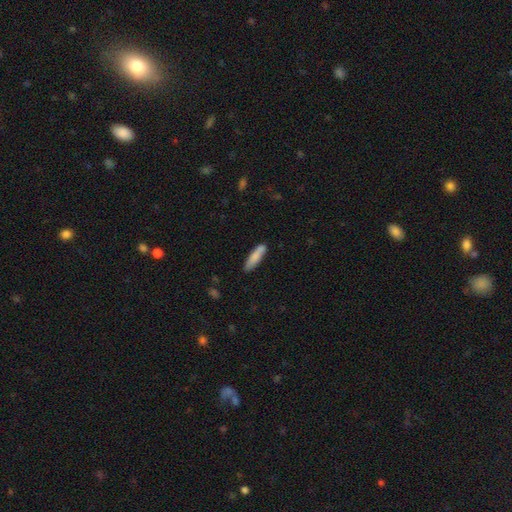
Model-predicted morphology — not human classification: A smooth galaxy with no disk features (82%) that is cigar-shaped (75%).

Vote fractions:
- Smooth or featured? smooth: 82% / featured or disk: 12% / star or artifact: 6%
- How rounded? cigar-shaped: 75% / in between: 24% / round: 1%
- Merging? none: 79% / minor disturbance: 16% / merger: 3% / major disturbance: 3%